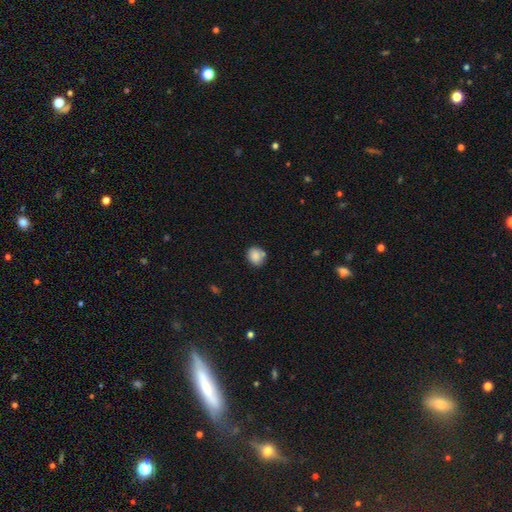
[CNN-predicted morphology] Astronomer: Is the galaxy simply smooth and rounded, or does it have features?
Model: smooth — 85%.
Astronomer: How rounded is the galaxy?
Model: round — 70%.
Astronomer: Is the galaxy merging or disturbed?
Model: none — 72%.